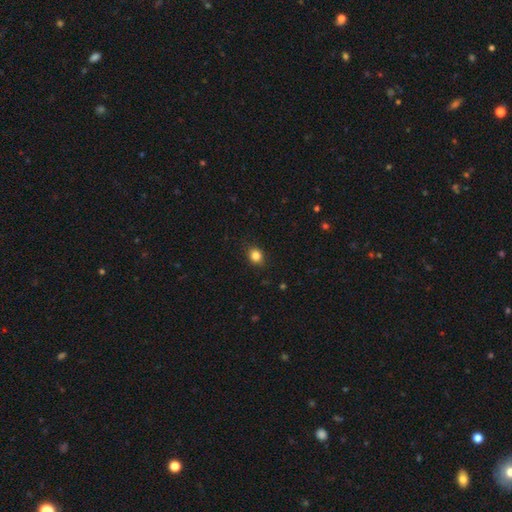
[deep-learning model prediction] A smooth galaxy with no disk features (84%) that is round (66%). Merging: none (88%).